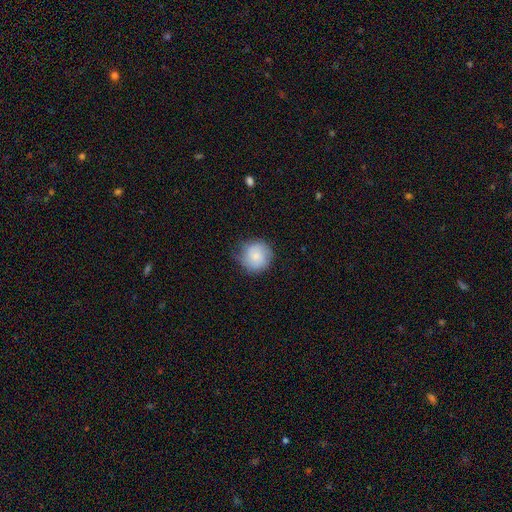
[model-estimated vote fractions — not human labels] smooth-or-featured: smooth: 74% | featured or disk: 19% | star or artifact: 7%
  how-rounded: round: 92% | in between: 8% | cigar-shaped: 1%
  merging: none: 67% | minor disturbance: 25% | major disturbance: 7% | merger: 1%